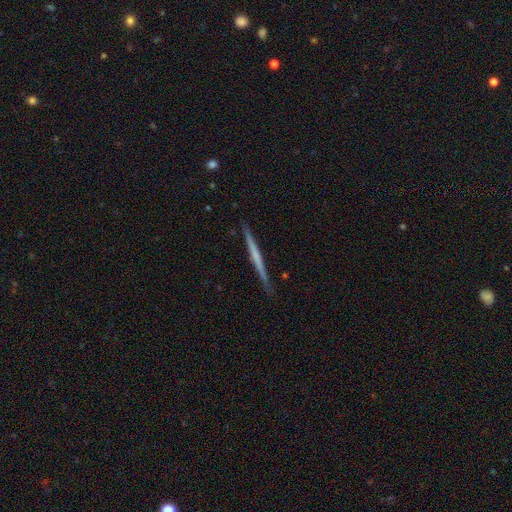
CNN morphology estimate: Smooth or featured? Predicted: featured or disk (p=0.59). Edge-on disk? Predicted: yes (p=0.98). Edge-on bulge? Predicted: none (p=0.80). Merging? Predicted: none (p=0.90).